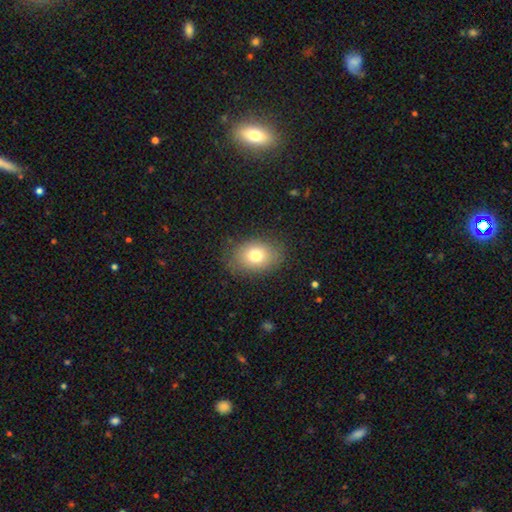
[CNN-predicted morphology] Smooth or featured? smooth (77%)
How rounded? in between (71%)
Merging? none (82%)